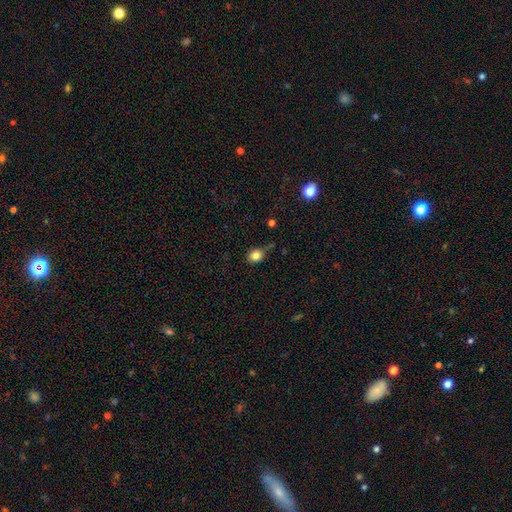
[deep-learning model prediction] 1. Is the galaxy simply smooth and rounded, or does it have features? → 82% smooth, 11% star or artifact, 7% featured or disk.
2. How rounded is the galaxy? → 67% round, 32% in between, 1% cigar-shaped.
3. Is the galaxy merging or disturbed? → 70% none, 22% minor disturbance, 5% major disturbance, 4% merger.